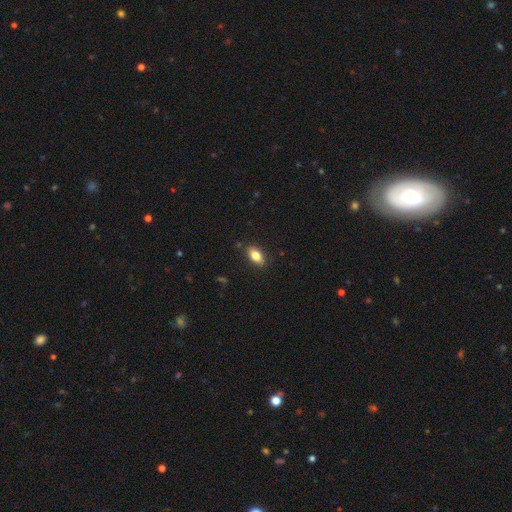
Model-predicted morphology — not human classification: The model was most divided on "smooth or featured": smooth: 80%, featured or disk: 12%, star or artifact: 8%. More confident: how rounded — in between (87%); merging — none (86%).